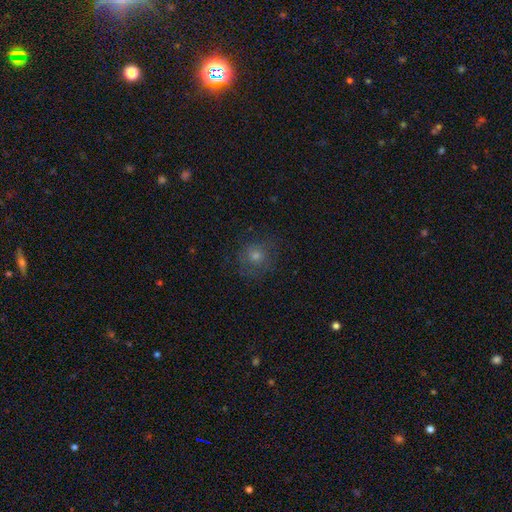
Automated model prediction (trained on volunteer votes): smooth-or-featured: smooth: 54% | star or artifact: 24% | featured or disk: 23%
  how-rounded: round: 88% | in between: 11% | cigar-shaped: 1%
  merging: none: 78% | minor disturbance: 14% | major disturbance: 7% | merger: 1%